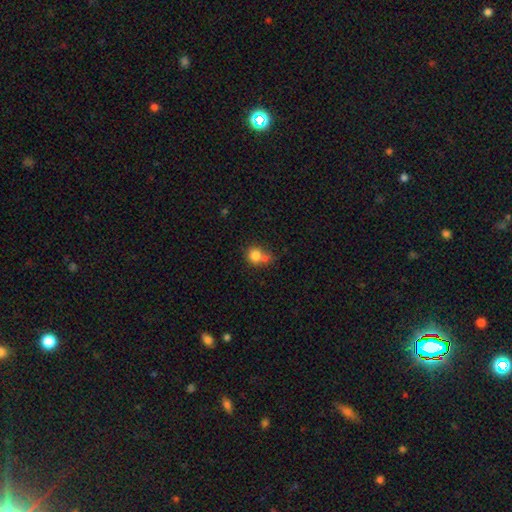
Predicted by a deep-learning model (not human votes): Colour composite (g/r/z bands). It shows a smooth galaxy with no disk features (80%) that is round (84%). Merging: none (45%).